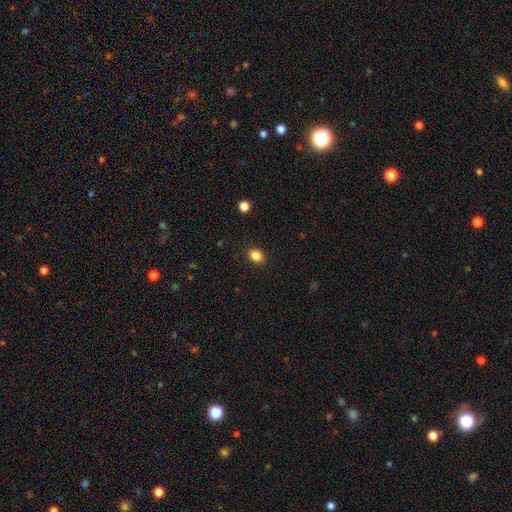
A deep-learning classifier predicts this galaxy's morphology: This is clearly a smooth galaxy (85%). How rounded: possibly round (51%). Merging: clearly none (89%).